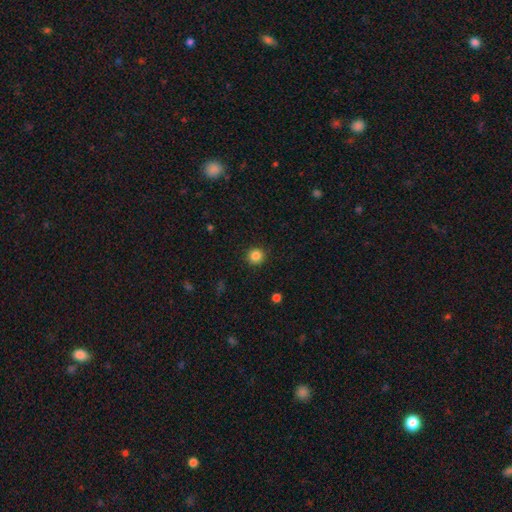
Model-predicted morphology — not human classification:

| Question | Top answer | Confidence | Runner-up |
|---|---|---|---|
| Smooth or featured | smooth | 85% | star or artifact (11%) |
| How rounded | round | 94% | in between (5%) |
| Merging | none | 92% | minor disturbance (5%) |